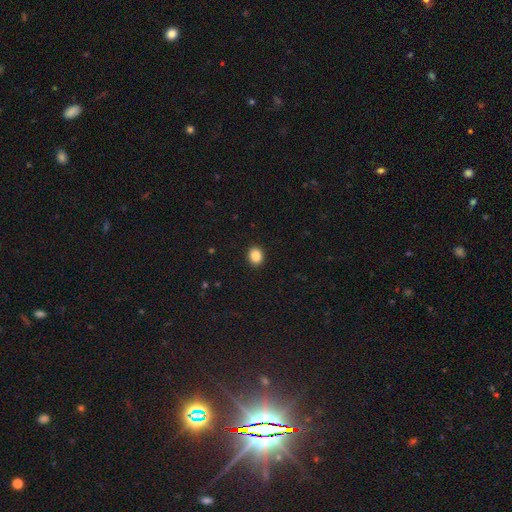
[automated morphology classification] Smooth or featured: smooth — 87% (star or artifact — 9%)
How rounded: round — 62% (in between — 37%)
Merging: none — 92% (minor disturbance — 5%)